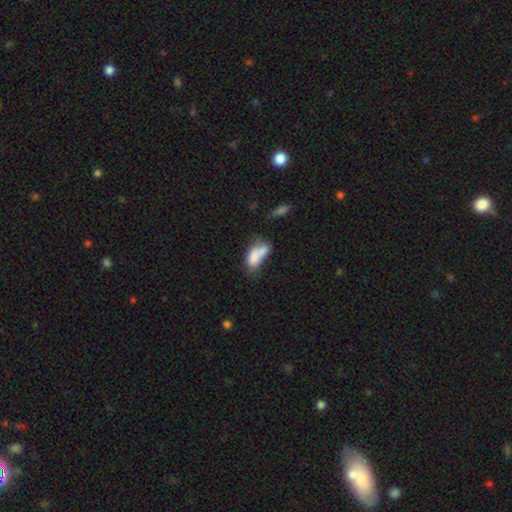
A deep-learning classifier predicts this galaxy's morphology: The model was most divided on "merging": merger: 52%, none: 19%, minor disturbance: 15%, major disturbance: 14%. More confident: how rounded — in between (84%); smooth or featured — smooth (67%).